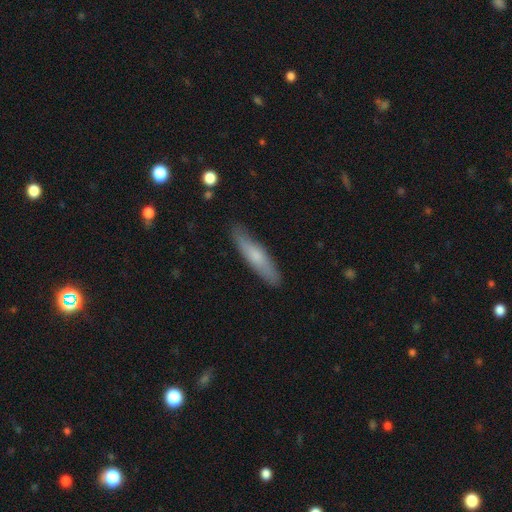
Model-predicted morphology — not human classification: Smooth or featured?
  - smooth: 66% *
  - featured or disk: 28%
  - star or artifact: 6%
How rounded?
  - cigar-shaped: 83% *
  - in between: 15%
  - round: 2%
Merging?
  - none: 86% *
  - minor disturbance: 11%
  - major disturbance: 2%
  - merger: 1%